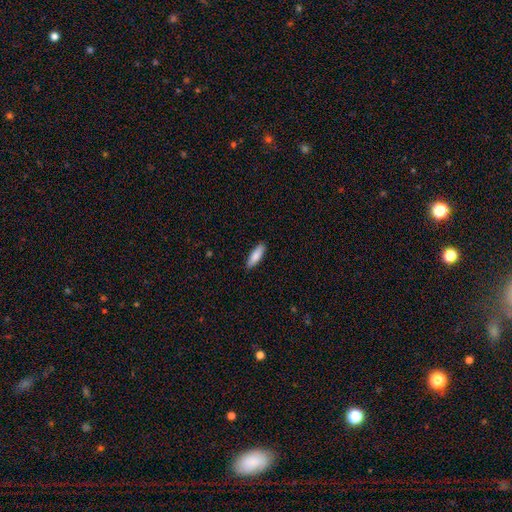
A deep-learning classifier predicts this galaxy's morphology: Overall: smooth (82%). How rounded: cigar-shaped (54%; in between 45%). Merging: none (89%).